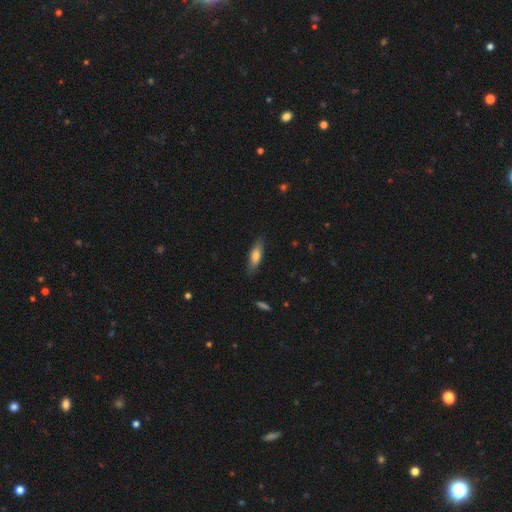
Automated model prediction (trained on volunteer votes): This is likely a smooth galaxy (72%). How rounded: possibly cigar-shaped (53%). Merging: clearly none (83%).